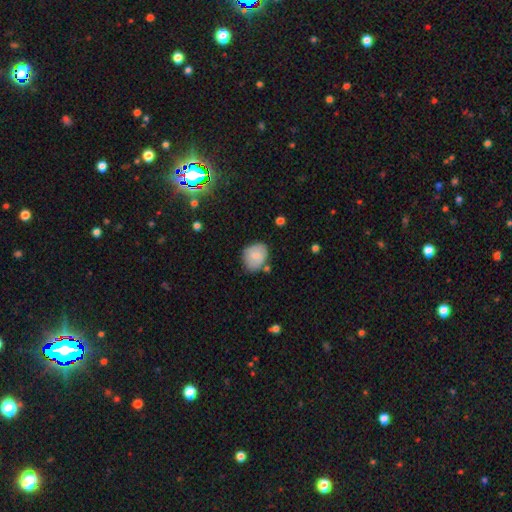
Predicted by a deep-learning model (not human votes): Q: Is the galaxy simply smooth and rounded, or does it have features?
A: smooth — 75%.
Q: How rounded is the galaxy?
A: in between — 51%.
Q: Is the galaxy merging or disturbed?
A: none — 66%.